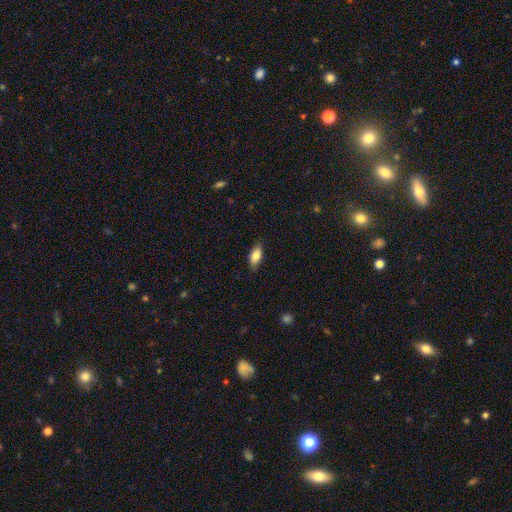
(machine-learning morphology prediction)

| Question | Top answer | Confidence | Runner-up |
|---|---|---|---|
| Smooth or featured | smooth | 83% | featured or disk (10%) |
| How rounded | in between | 88% | cigar-shaped (9%) |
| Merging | none | 82% | minor disturbance (15%) |